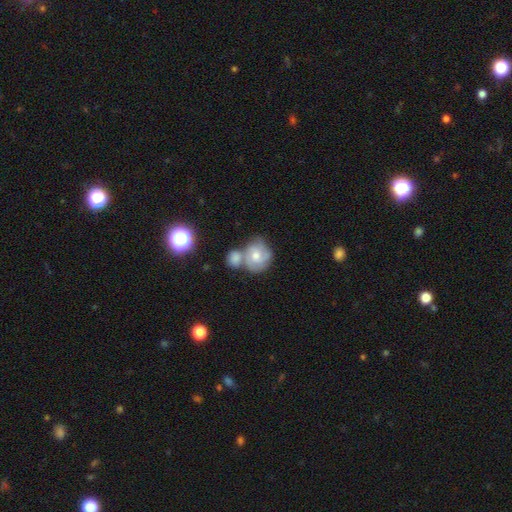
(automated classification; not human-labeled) Q: Smooth or featured?
A: featured or disk (49%); runner-up: smooth (40%)
Q: Merging?
A: merger (40%); runner-up: none (39%)